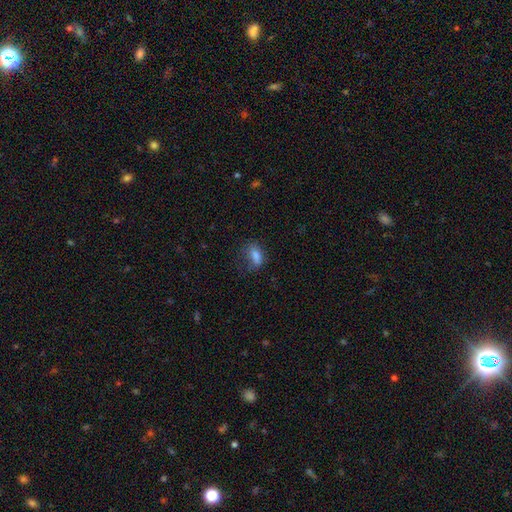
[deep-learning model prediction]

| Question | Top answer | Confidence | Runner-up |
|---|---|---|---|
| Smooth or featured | smooth | 80% | star or artifact (10%) |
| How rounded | in between | 82% | cigar-shaped (10%) |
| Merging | none | 52% | minor disturbance (28%) |